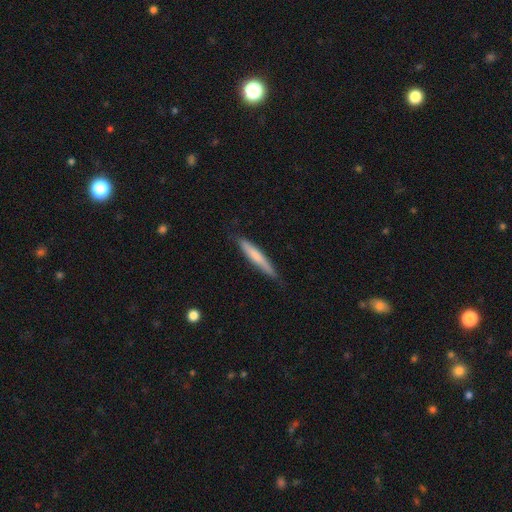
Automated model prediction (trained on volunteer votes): The model was most divided on "smooth or featured": smooth: 66%, featured or disk: 28%, star or artifact: 5%. More confident: how rounded — cigar-shaped (94%); merging — none (81%).